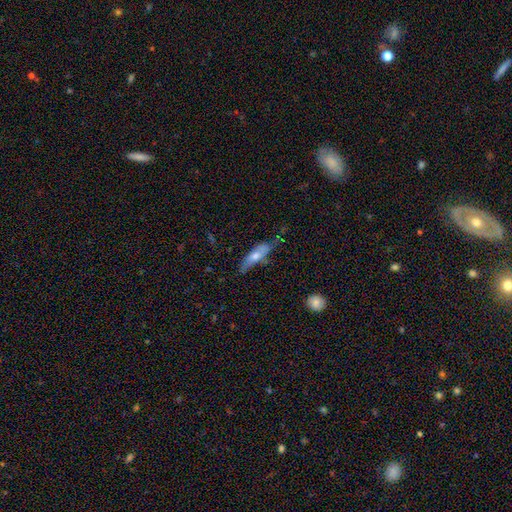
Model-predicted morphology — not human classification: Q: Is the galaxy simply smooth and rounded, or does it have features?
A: smooth — 47%.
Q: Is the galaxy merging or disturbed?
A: none — 53%.